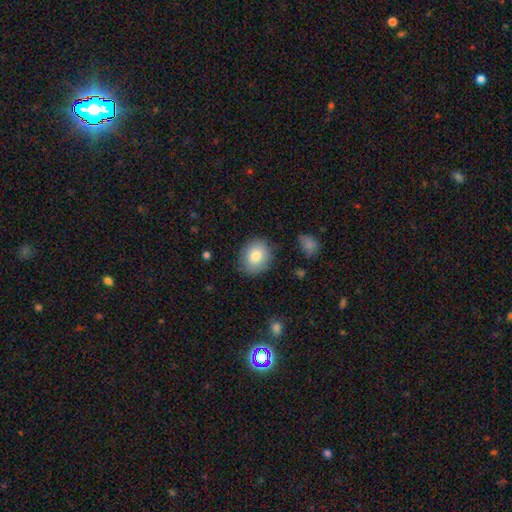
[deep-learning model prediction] Smooth or featured? Predicted: smooth (p=0.81). How rounded? Predicted: round (p=0.59). Merging? Predicted: none (p=0.82).